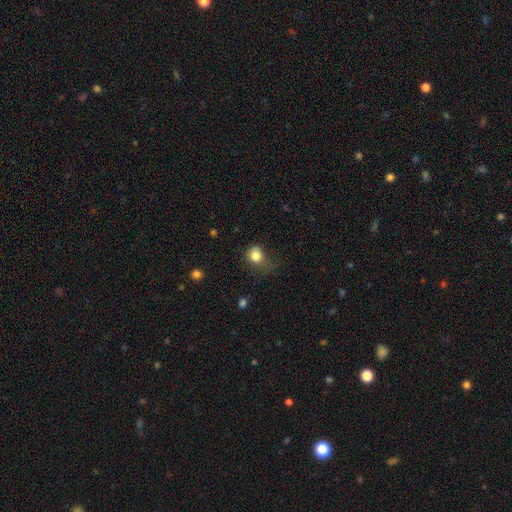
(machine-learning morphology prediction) type=smooth (82%); roundness=round (71%); merging=none (44%).